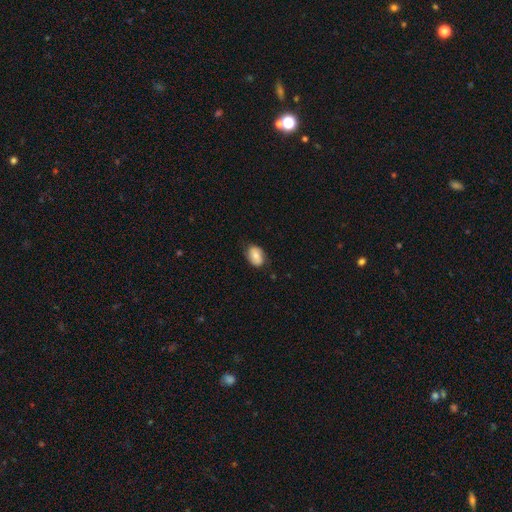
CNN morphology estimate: This appears to be a smooth galaxy with no disk features (72%) that is in between round and cigar-shaped (83%). Merging: none (76%).